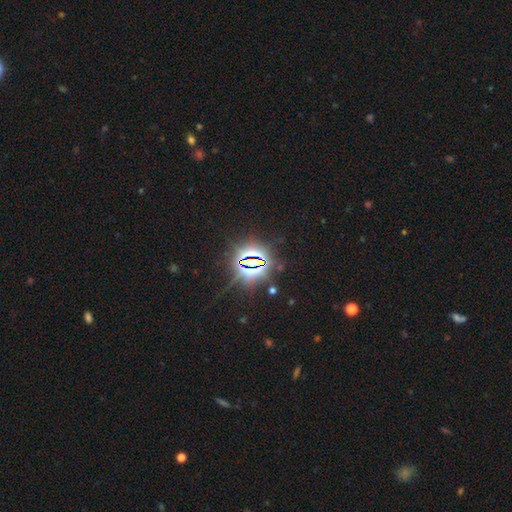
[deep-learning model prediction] Q: Smooth or featured?
A: star or artifact (82%); runner-up: smooth (11%)